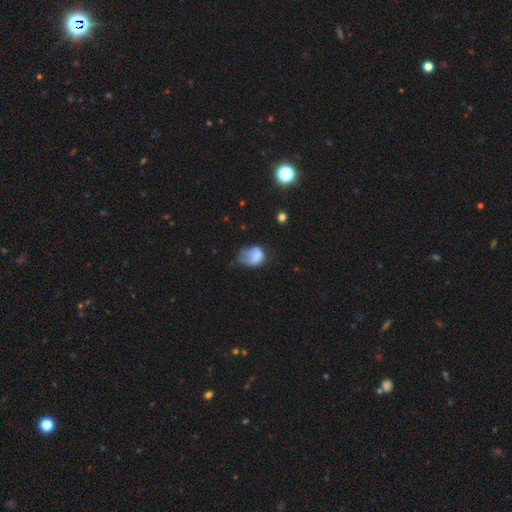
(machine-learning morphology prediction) A smooth galaxy with no disk features (64%) that is in between round and cigar-shaped (64%). Merging: major disturbance (39%).